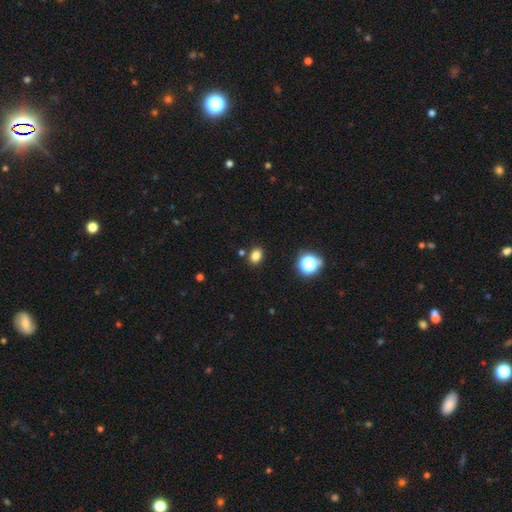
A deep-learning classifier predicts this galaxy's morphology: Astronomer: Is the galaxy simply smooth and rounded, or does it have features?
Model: smooth — 80%.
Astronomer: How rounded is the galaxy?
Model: in between — 65%.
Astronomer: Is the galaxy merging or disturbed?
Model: none — 83%.